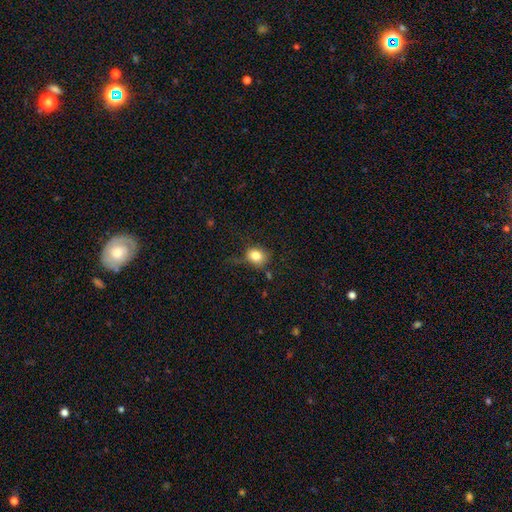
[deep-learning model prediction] Smooth or featured? Predicted: smooth (p=0.81). How rounded? Predicted: round (p=0.62). Merging? Predicted: none (p=0.61).